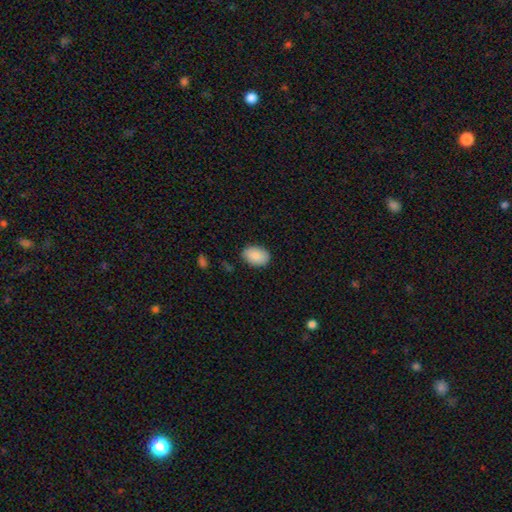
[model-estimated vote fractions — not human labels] This is clearly a smooth galaxy (89%). How rounded: clearly in between (84%). Merging: clearly none (86%).